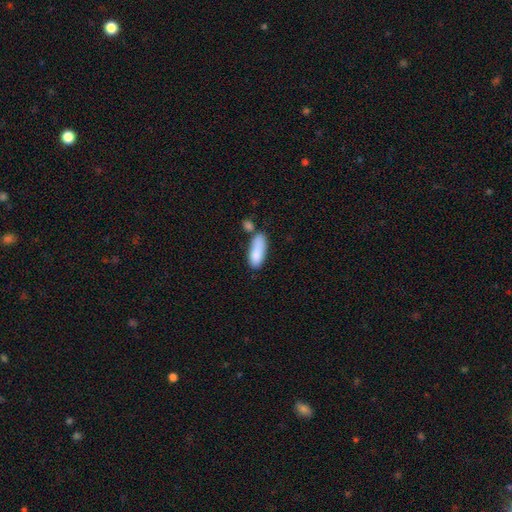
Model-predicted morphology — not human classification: type=smooth (85%); roundness=in between (71%); merging=none (43%).